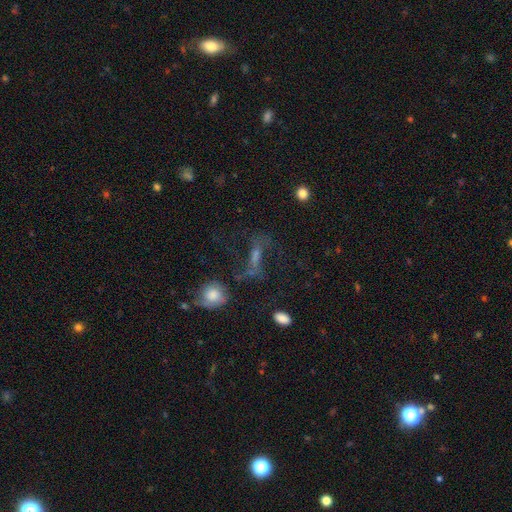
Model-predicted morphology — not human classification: Smooth or featured?
  - featured or disk: 45% *
  - smooth: 30%
  - star or artifact: 25%
Merging?
  - none: 48% *
  - major disturbance: 26%
  - minor disturbance: 16%
  - merger: 9%